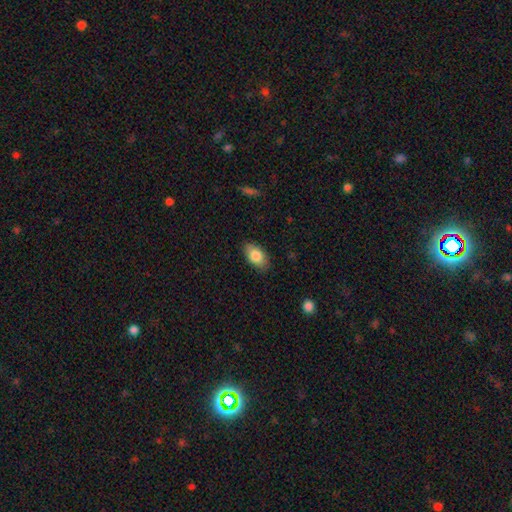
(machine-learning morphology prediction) This appears to be a smooth galaxy with no disk features (83%) that is in between round and cigar-shaped (92%). Merging: none (85%).